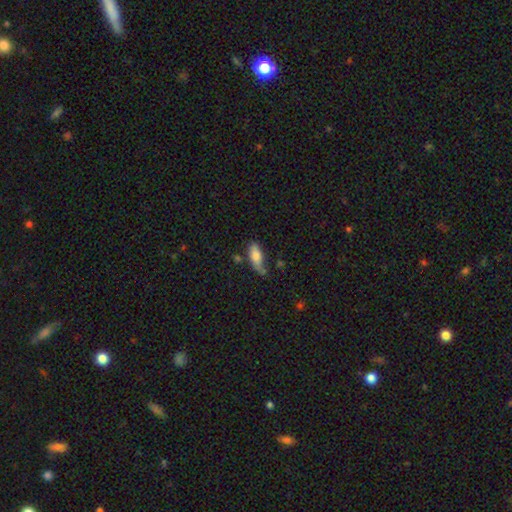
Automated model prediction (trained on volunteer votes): Morphology: type=smooth (77%); roundness=in between (73%); merging=none (47%).